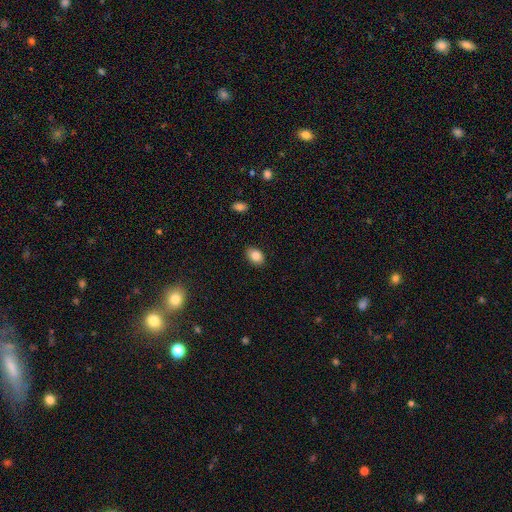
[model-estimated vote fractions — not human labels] Smooth or featured? Predicted: smooth (p=0.85). How rounded? Predicted: in between (p=0.81). Merging? Predicted: none (p=0.86).